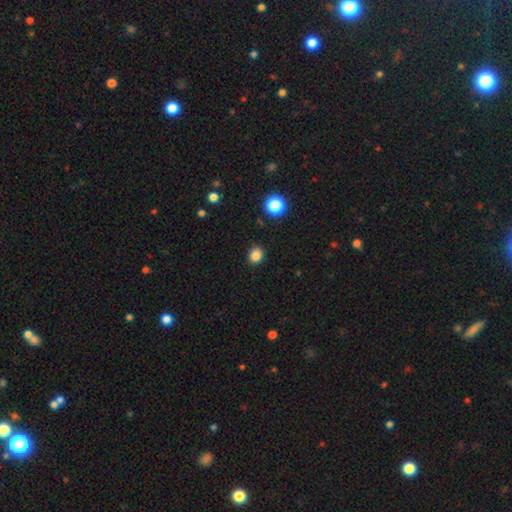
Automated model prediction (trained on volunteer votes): smooth 84%, star or artifact 12%, featured or disk 4%. Down the decision tree: how rounded — round (69%); merging — none (88%).